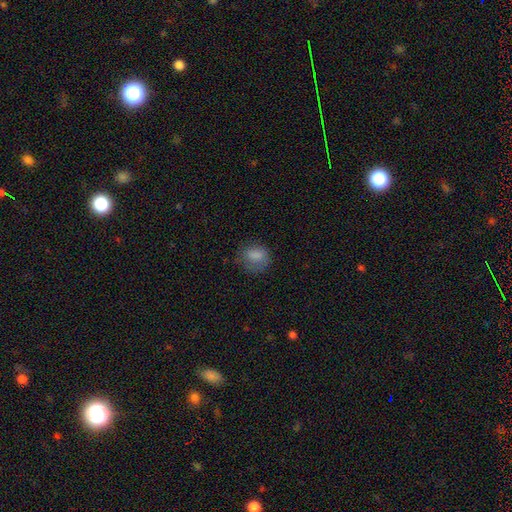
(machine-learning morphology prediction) This appears to be a smooth galaxy with no disk features (79%) that is round (52%). Merging: none (56%).